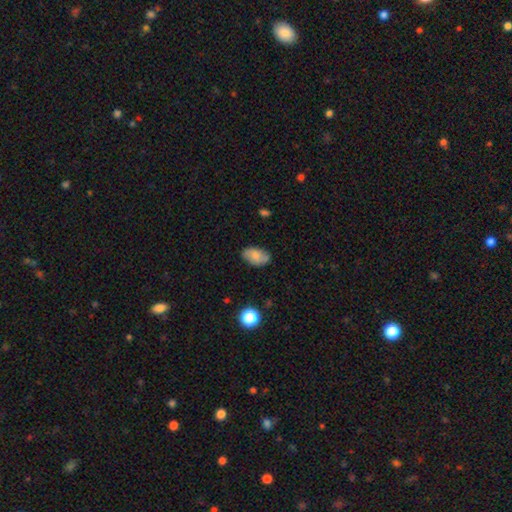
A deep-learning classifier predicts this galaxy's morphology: type=smooth (69%); roundness=in between (91%); merging=none (73%).